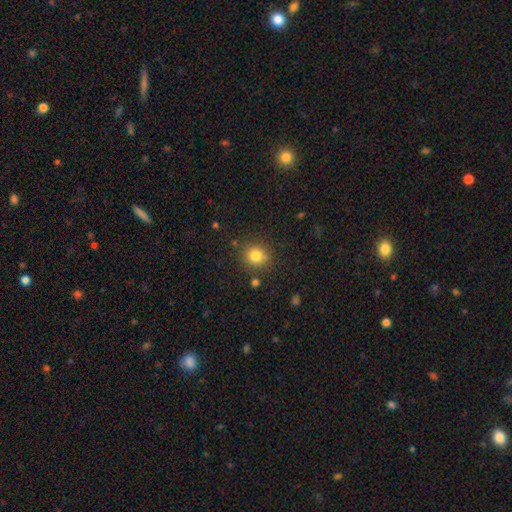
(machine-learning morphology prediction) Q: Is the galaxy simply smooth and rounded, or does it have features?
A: smooth — 80%.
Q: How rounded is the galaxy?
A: round — 82%.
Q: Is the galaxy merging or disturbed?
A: none — 83%.